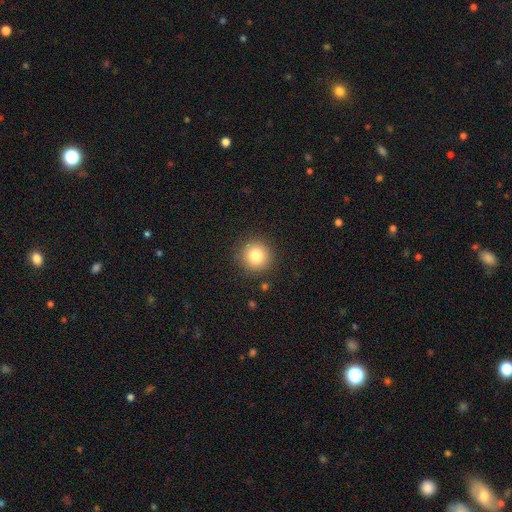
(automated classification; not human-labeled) smooth 82%, star or artifact 11%, featured or disk 8%. Down the decision tree: how rounded — round (94%); merging — none (89%).